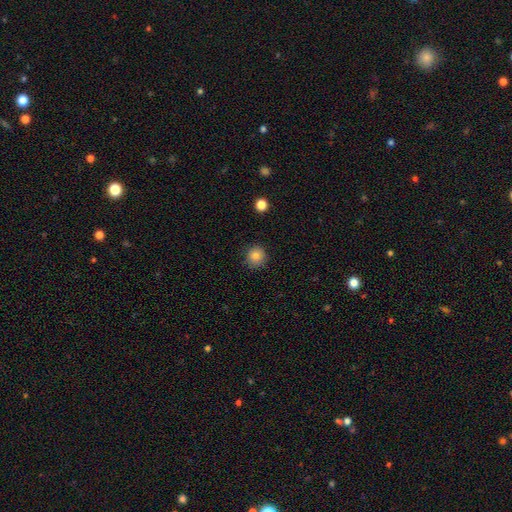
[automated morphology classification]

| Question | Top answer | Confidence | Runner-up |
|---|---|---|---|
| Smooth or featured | smooth | 82% | star or artifact (11%) |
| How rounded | round | 91% | in between (8%) |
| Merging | none | 87% | minor disturbance (10%) |